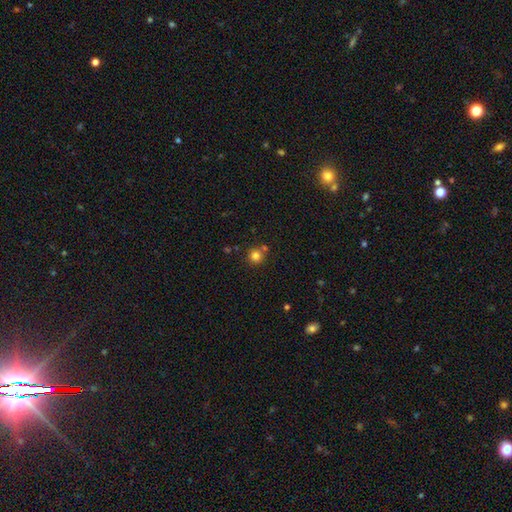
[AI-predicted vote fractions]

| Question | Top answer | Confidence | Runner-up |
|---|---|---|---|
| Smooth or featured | smooth | 80% | star or artifact (13%) |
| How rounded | round | 94% | in between (5%) |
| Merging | none | 76% | merger (13%) |